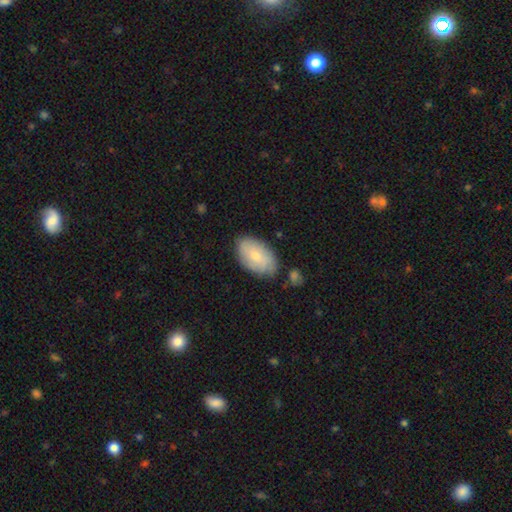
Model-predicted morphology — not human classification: Overall: smooth (74%). How rounded: in between (94%). Merging: none (76%).